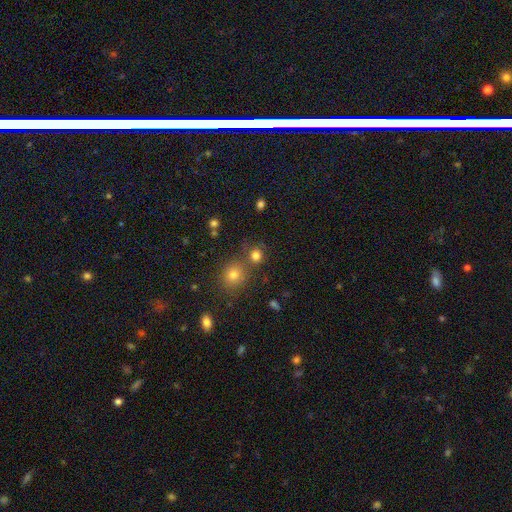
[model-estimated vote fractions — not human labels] A smooth galaxy with no disk features (78%) that is round (86%). Merging: none (69%).